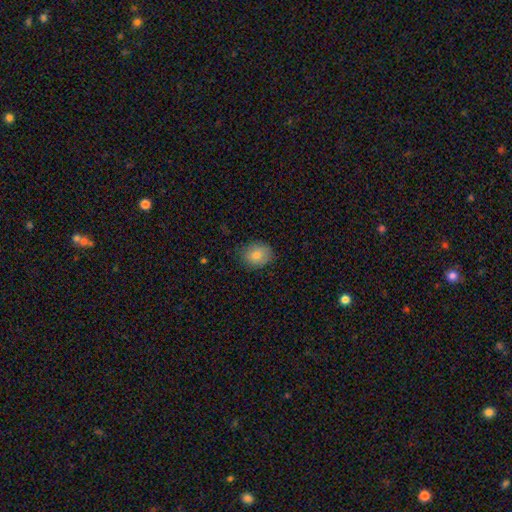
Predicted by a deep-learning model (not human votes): smooth_or_featured: smooth (p=0.81) [alt: star or artifact p=0.09]
how_rounded: round (p=0.62) [alt: in between p=0.37]
merging: none (p=0.83) [alt: minor disturbance p=0.14]